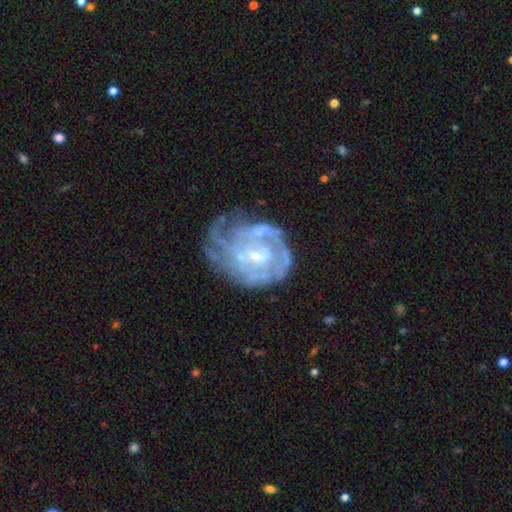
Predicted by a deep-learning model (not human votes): Smooth or featured? featured or disk (78%)
Edge-on disk? no (98%)
Bar? no (50%)
Spiral arms? yes (71%)
Spiral winding? tight (58%)
Spiral arm count? can't tell (52%)
Bulge size? small (54%)
Merging? none (43%)